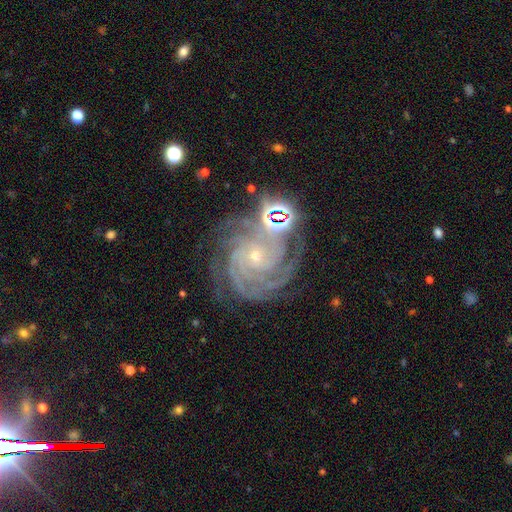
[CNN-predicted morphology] smooth_or_featured: featured or disk (p=0.89) [alt: star or artifact p=0.07]
disk_edge_on: no (p=0.98) [alt: yes p=0.02]
bar: no (p=0.72) [alt: weak p=0.19]
has_spiral_arms: yes (p=0.98) [alt: no p=0.02]
spiral_winding: tight (p=0.78) [alt: medium p=0.19]
spiral_arm_count: 4 (p=0.33) [alt: 3 p=0.22]
bulge_size: small (p=0.83) [alt: moderate p=0.13]
merging: none (p=0.69) [alt: minor disturbance p=0.17]